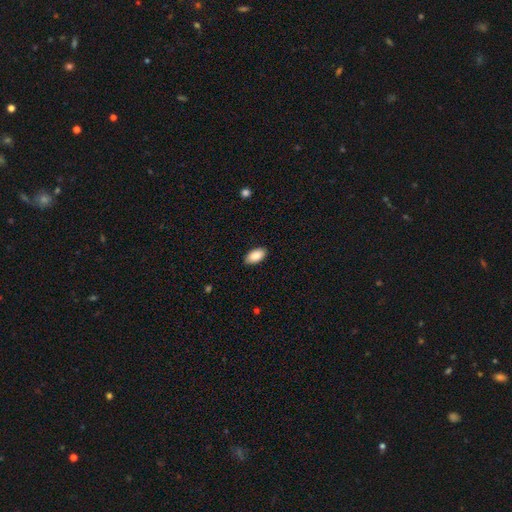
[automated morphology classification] smooth_or_featured: smooth (p=0.89) [alt: star or artifact p=0.06]
how_rounded: in between (p=0.95) [alt: cigar-shaped p=0.03]
merging: none (p=0.88) [alt: minor disturbance p=0.09]